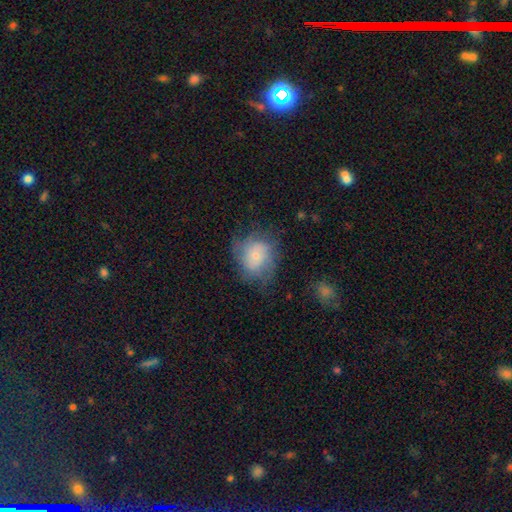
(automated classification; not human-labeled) This appears to be a smooth galaxy with no disk features (46%). Merging: none (59%).